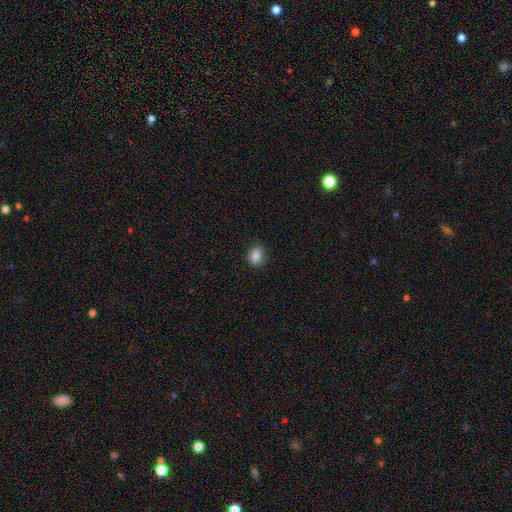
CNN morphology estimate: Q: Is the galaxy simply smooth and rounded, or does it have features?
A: smooth — 86%.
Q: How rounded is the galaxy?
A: in between — 65%.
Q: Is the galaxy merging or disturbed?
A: none — 82%.